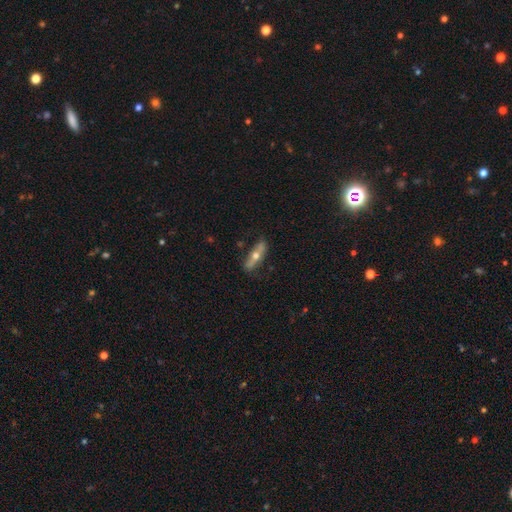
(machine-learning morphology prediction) smooth_or_featured: featured or disk (p=0.53) [alt: smooth p=0.40]
disk_edge_on: yes (p=0.76) [alt: no p=0.24]
merging: none (p=0.80) [alt: minor disturbance p=0.15]